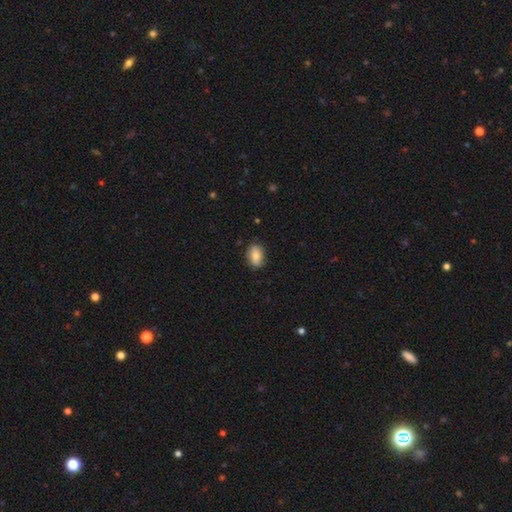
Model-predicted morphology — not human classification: Smooth or featured?
  - smooth: 78% *
  - featured or disk: 14%
  - star or artifact: 7%
How rounded?
  - in between: 86% *
  - round: 13%
  - cigar-shaped: 2%
Merging?
  - none: 81% *
  - minor disturbance: 16%
  - major disturbance: 3%
  - merger: 1%